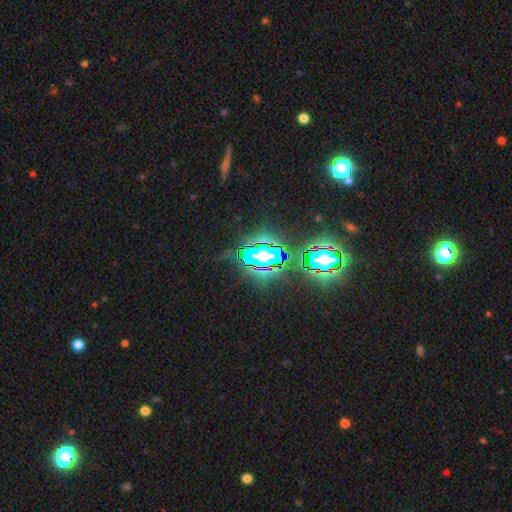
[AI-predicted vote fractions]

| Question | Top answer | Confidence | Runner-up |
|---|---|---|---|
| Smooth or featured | star or artifact | 68% | smooth (17%) |